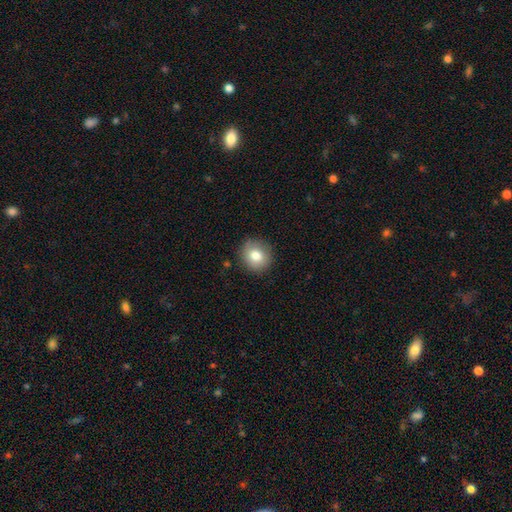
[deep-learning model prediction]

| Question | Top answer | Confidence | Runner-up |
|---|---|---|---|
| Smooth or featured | smooth | 80% | featured or disk (11%) |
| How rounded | round | 84% | in between (15%) |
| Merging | none | 86% | minor disturbance (10%) |